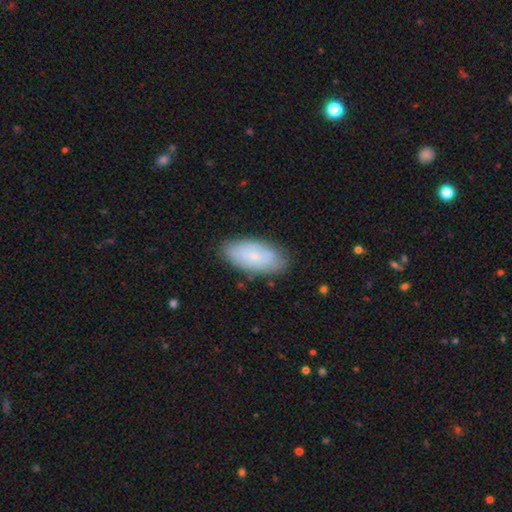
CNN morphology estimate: type=smooth (67%); roundness=in between (93%); merging=none (79%).